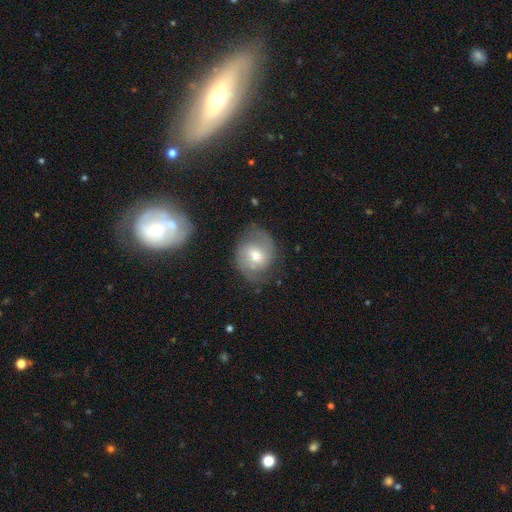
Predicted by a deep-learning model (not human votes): Smooth or featured? featured or disk (67%)
Edge-on disk? no (97%)
Bar? weak (49%)
Spiral arms? yes (87%)
Spiral winding? medium (49%)
Spiral arm count? 2 (84%)
Bulge size? moderate (67%)
Merging? none (69%)